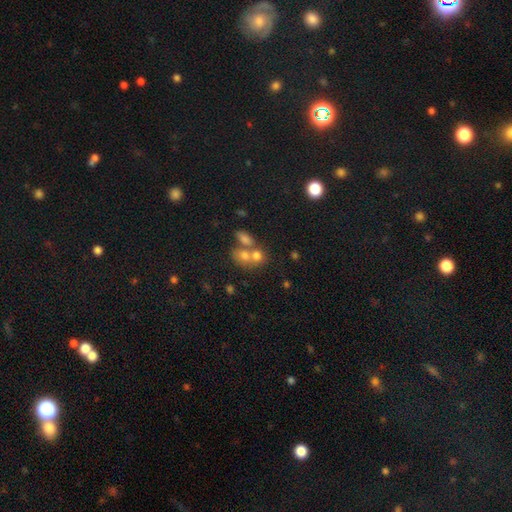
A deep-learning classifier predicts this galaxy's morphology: type=smooth (69%); roundness=round (52%); merging=merger (55%).